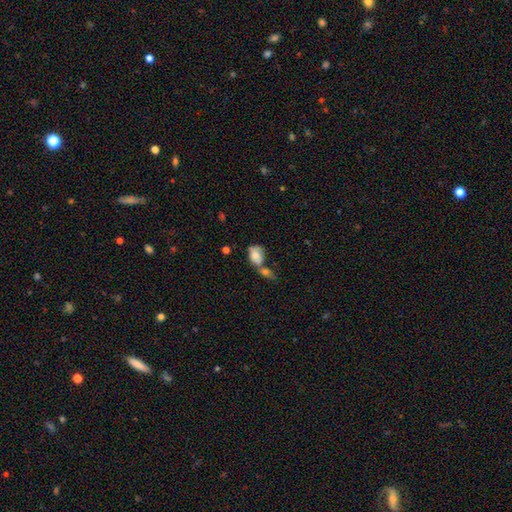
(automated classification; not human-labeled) A smooth galaxy with no disk features (73%) that is in between round and cigar-shaped (70%). Merging: merger (53%).